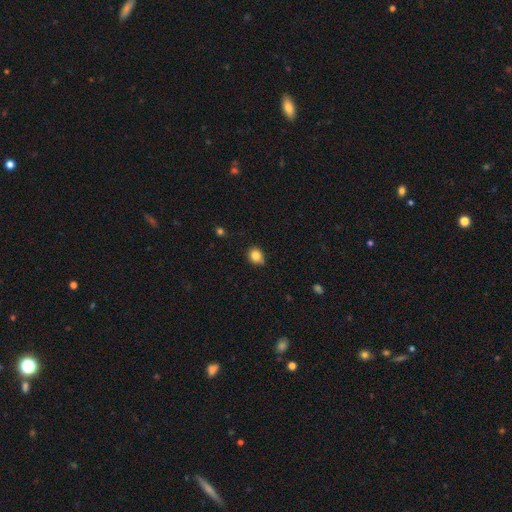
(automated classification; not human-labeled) Smooth or featured? Predicted: smooth (p=0.84). How rounded? Predicted: round (p=0.65). Merging? Predicted: none (p=0.73).